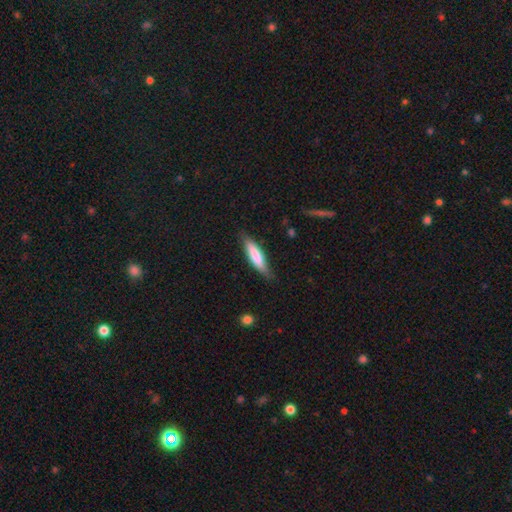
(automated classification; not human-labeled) A smooth galaxy with no disk features (75%) that is cigar-shaped (72%). Merging: none (77%).